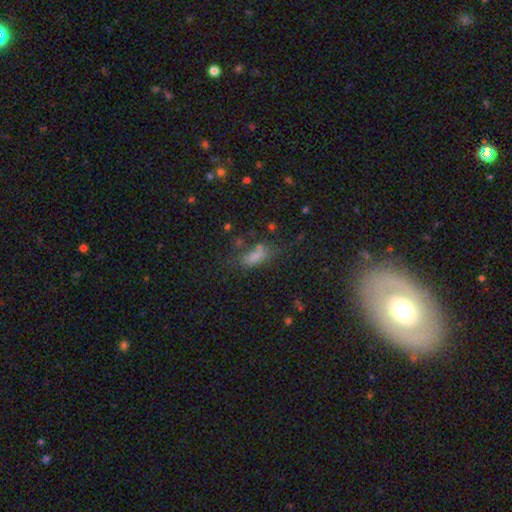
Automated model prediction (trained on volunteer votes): The model was most divided on "merging": none: 53%, minor disturbance: 24%, major disturbance: 15%, merger: 8%. More confident: how rounded — in between (80%); smooth or featured — smooth (74%).